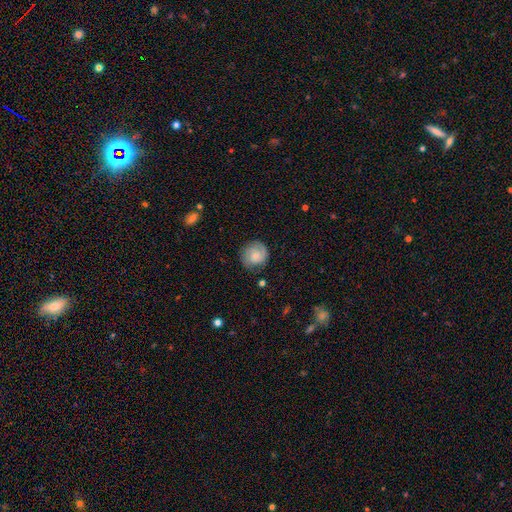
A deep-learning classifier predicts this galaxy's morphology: This appears to be a featured or disk galaxy (46%, tied with smooth). Merging: none (76%).